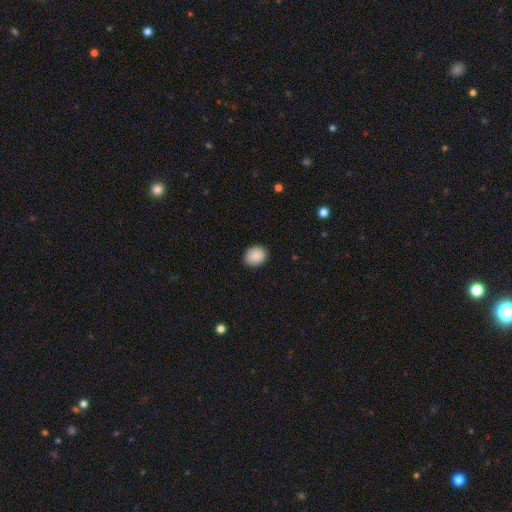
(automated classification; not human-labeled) smooth 90%, star or artifact 7%, featured or disk 3%. Down the decision tree: how rounded — round (55%); merging — none (87%).